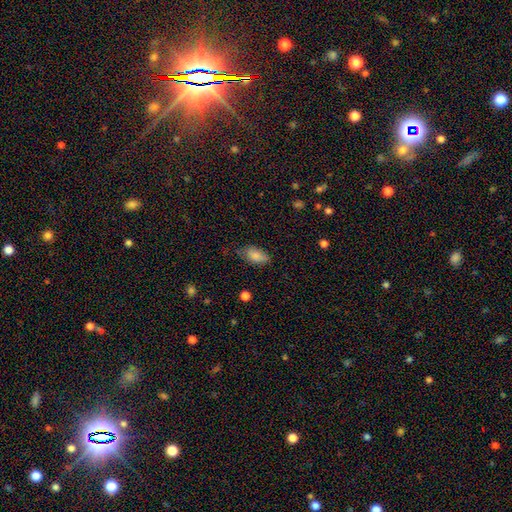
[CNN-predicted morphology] smooth 85%, star or artifact 8%, featured or disk 7%. Down the decision tree: how rounded — in between (92%); merging — none (70%).